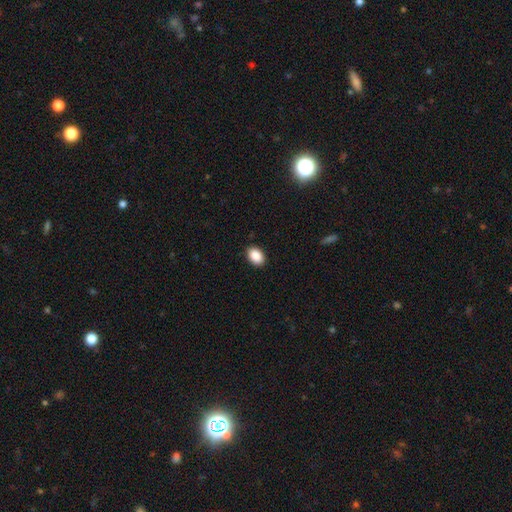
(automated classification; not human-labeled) Smooth or featured? Predicted: smooth (p=0.89). How rounded? Predicted: in between (p=0.83). Merging? Predicted: none (p=0.90).